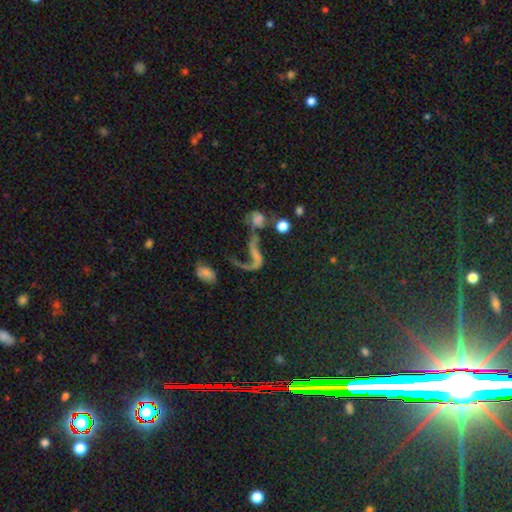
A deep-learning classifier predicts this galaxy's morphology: A featured or disk galaxy (61%) with no bar (57%), spiral arms (69%) and no central bulge (52%).

Vote fractions:
- Smooth or featured? featured or disk: 61% / smooth: 21% / star or artifact: 18%
- Edge-on disk? no: 94% / yes: 6%
- Bar? no: 57% / weak: 25% / strong: 18%
- Spiral arms? yes: 69% / no: 31%
- Bulge size? none: 52% / small: 27% / moderate: 14% / large: 4% / dominant: 2%
- Merging? merger: 36% / major disturbance: 30% / none: 23% / minor disturbance: 10%